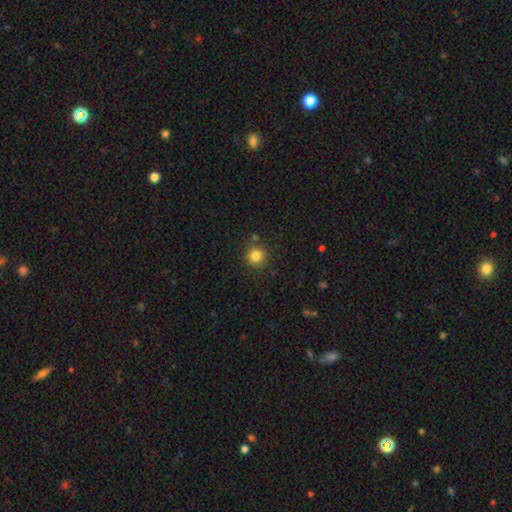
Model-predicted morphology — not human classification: type=smooth (84%); roundness=round (93%); merging=none (85%).